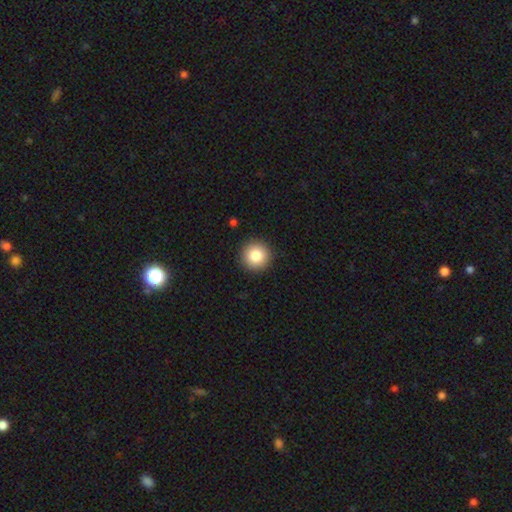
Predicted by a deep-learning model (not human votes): Smooth or featured?
  - smooth: 84% *
  - star or artifact: 9%
  - featured or disk: 7%
How rounded?
  - round: 95% *
  - in between: 4%
  - cigar-shaped: 1%
Merging?
  - none: 92% *
  - minor disturbance: 5%
  - major disturbance: 2%
  - merger: 1%